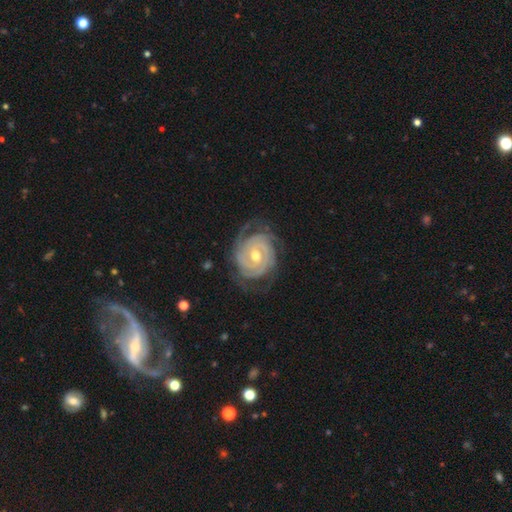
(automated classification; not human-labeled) Smooth or featured? Predicted: featured or disk (p=0.92). Edge-on disk? Predicted: no (p=0.98). Bar? Predicted: no (p=0.51). Spiral arms? Predicted: yes (p=0.98). Spiral winding? Predicted: tight (p=0.81). Spiral arm count? Predicted: 3 (p=0.33). Bulge size? Predicted: moderate (p=0.68). Merging? Predicted: none (p=0.75).